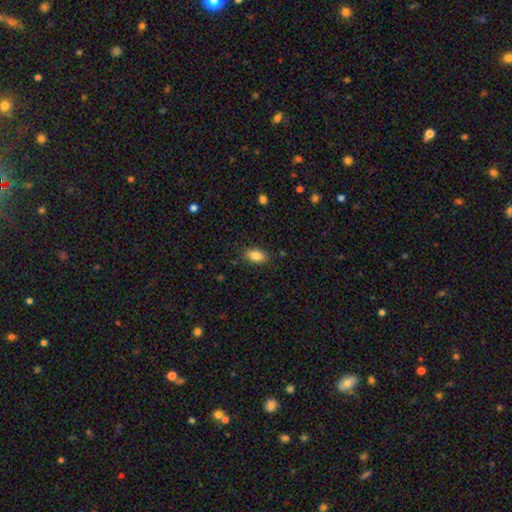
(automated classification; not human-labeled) A smooth galaxy with no disk features (86%) that is in between round and cigar-shaped (91%). Merging: none (85%).